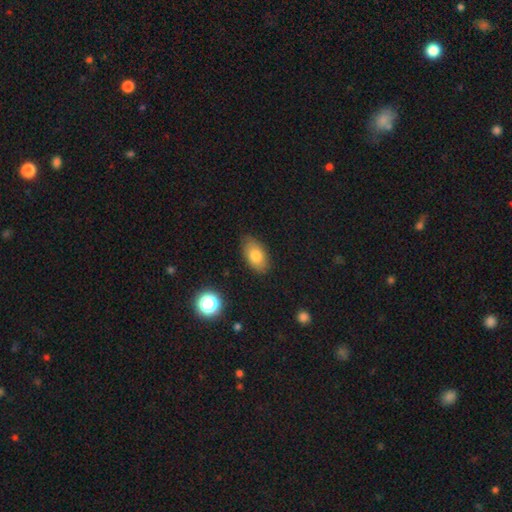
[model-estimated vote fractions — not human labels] Smooth or featured: smooth — 78% (featured or disk — 13%)
How rounded: in between — 90% (round — 7%)
Merging: none — 81% (minor disturbance — 15%)